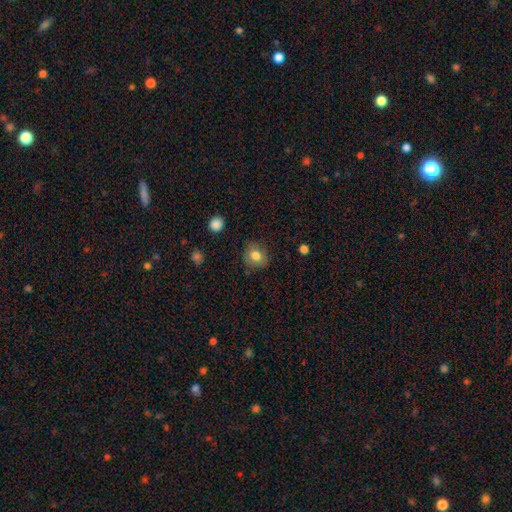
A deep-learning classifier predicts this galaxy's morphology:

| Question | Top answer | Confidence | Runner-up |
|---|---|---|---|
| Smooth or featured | smooth | 77% | featured or disk (14%) |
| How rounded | round | 78% | in between (21%) |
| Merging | none | 81% | minor disturbance (14%) |